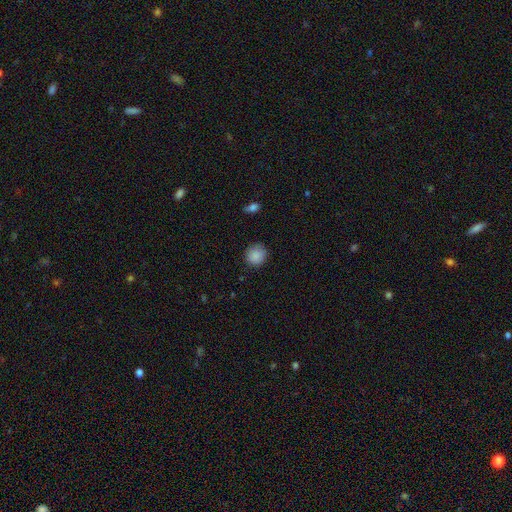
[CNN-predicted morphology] This is clearly a smooth galaxy (88%). How rounded: clearly round (91%). Merging: clearly none (85%).